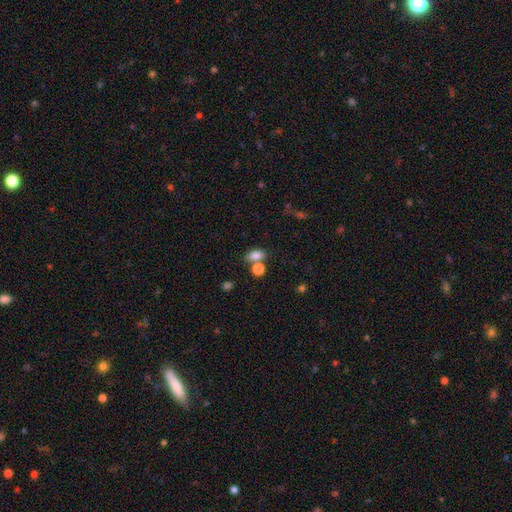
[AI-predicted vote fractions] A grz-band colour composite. It shows a smooth galaxy with no disk features (81%) that is in between round and cigar-shaped (81%). Merging: none (57%).